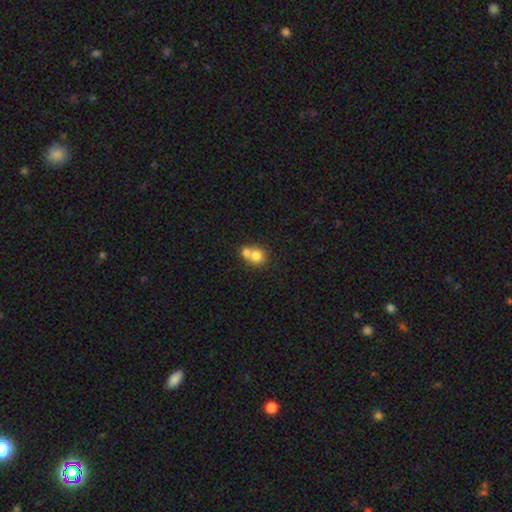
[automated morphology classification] type=smooth (75%); roundness=round (78%); merging=merger (63%).